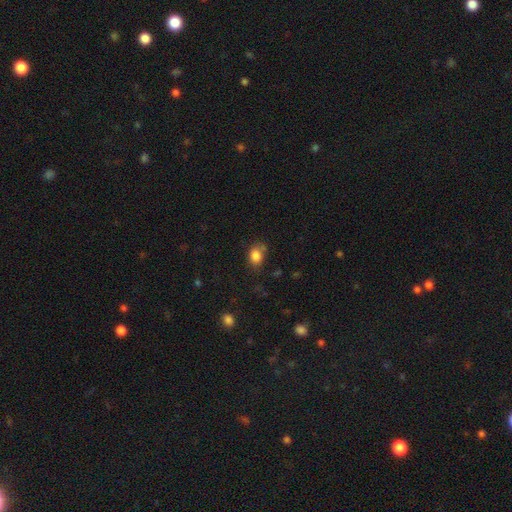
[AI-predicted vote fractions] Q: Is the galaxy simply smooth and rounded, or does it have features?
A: smooth — 83%.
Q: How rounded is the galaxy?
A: in between — 61%.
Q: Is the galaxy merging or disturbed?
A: none — 64%.